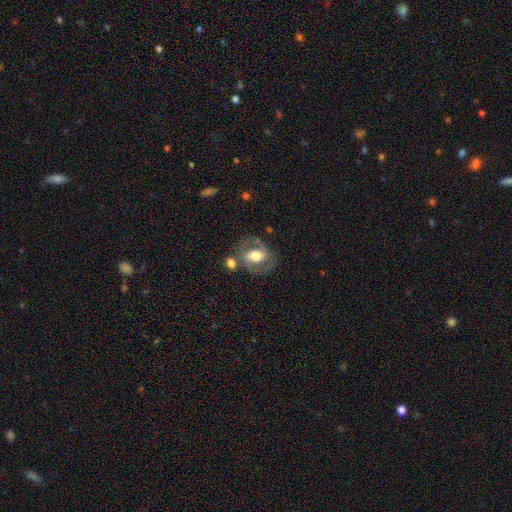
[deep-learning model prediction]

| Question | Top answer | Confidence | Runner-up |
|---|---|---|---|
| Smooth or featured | featured or disk | 53% | smooth (40%) |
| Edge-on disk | no | 94% | yes (6%) |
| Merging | none | 59% | minor disturbance (18%) |